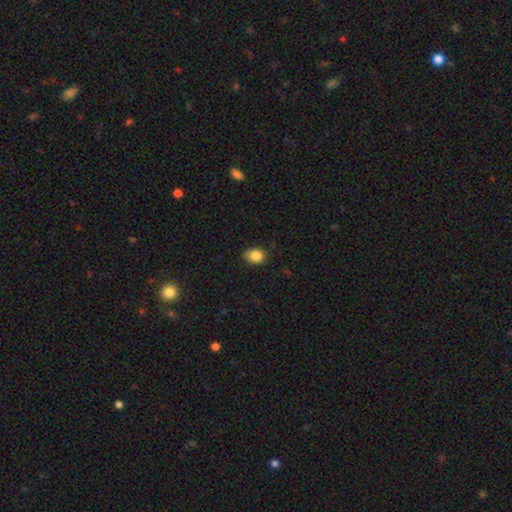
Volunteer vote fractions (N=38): Smooth or featured? 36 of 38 (95%) said smooth. How rounded? 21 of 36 (58%) said in between. Merging? 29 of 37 (78%) said none.